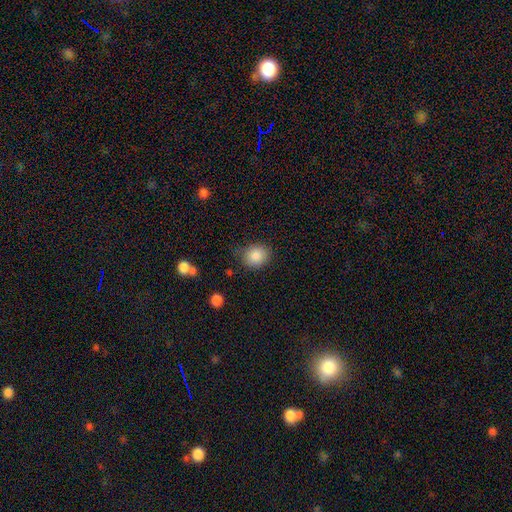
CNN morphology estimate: The model was most divided on "how rounded": round: 64%, in between: 35%, cigar-shaped: 1%. More confident: smooth or featured — smooth (86%); merging — none (77%).